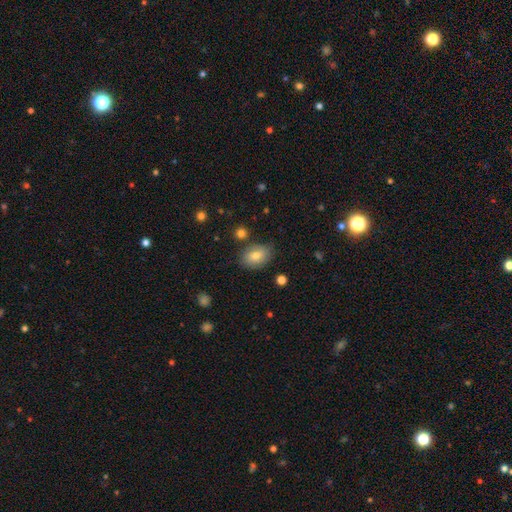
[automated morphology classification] A smooth galaxy with no disk features (75%) that is in between round and cigar-shaped (81%).

Vote fractions:
- Smooth or featured? smooth: 75% / featured or disk: 17% / star or artifact: 9%
- How rounded? in between: 81% / round: 17% / cigar-shaped: 1%
- Merging? none: 77% / minor disturbance: 16% / merger: 4% / major disturbance: 3%